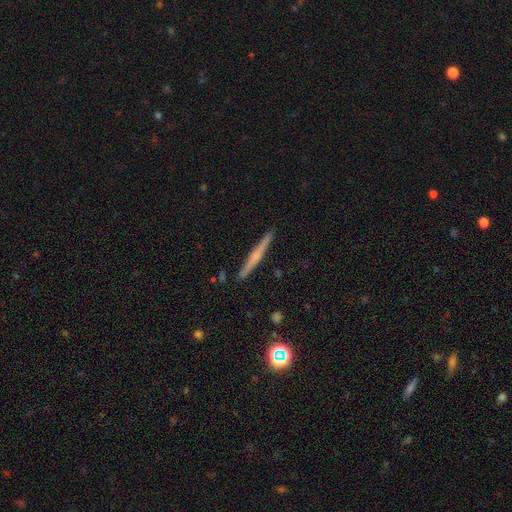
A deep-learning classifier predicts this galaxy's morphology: The model was most divided on "edge-on bulge": rounded: 47%, none: 45%, boxy: 8%. More confident: edge-on disk — yes (98%); merging — none (91%); smooth or featured — featured or disk (58%).